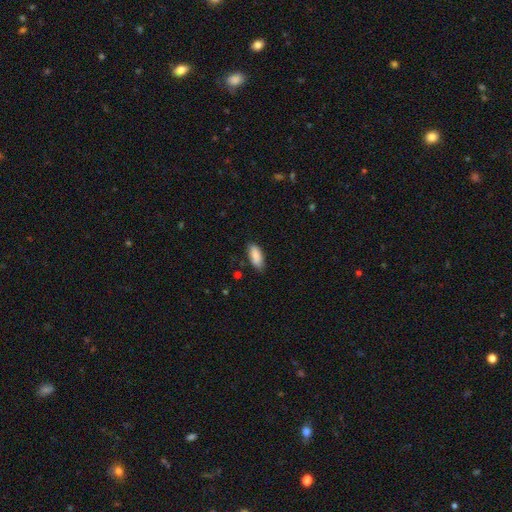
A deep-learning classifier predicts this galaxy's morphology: This is clearly a smooth galaxy (87%). How rounded: clearly in between (84%). Merging: likely none (79%).